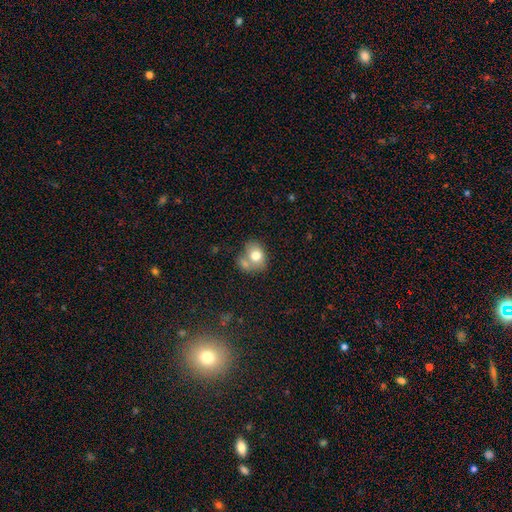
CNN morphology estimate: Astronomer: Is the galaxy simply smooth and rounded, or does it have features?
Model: smooth — 74%.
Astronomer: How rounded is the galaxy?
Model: in between — 50% (runner-up: round, 49%).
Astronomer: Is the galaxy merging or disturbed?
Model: merger — 40% (runner-up: none, 37%).